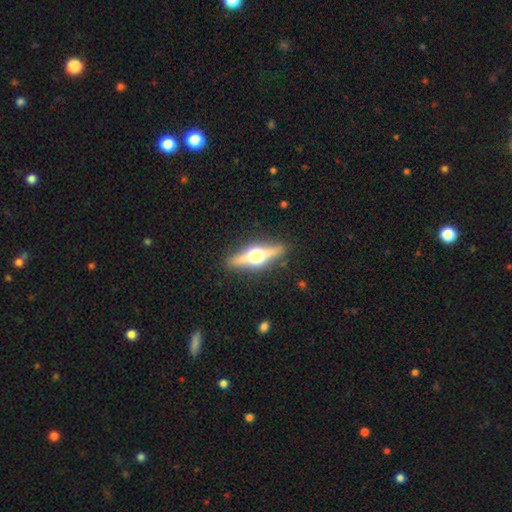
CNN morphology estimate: Smooth or featured? featured or disk (71%)
Edge-on disk? yes (96%)
Edge-on bulge? rounded (96%)
Merging? none (88%)